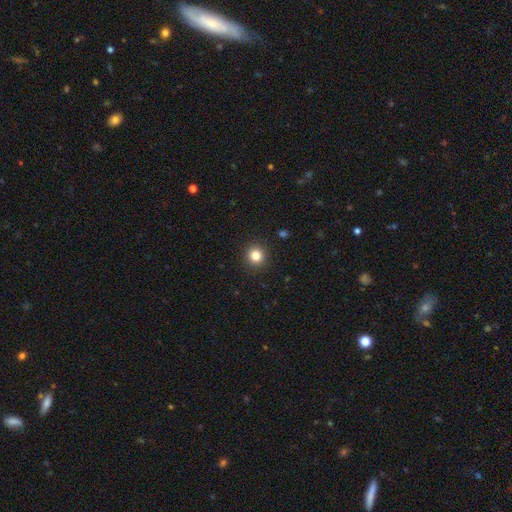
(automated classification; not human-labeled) smooth 83%, star or artifact 12%, featured or disk 5%. Down the decision tree: how rounded — round (92%); merging — none (92%).